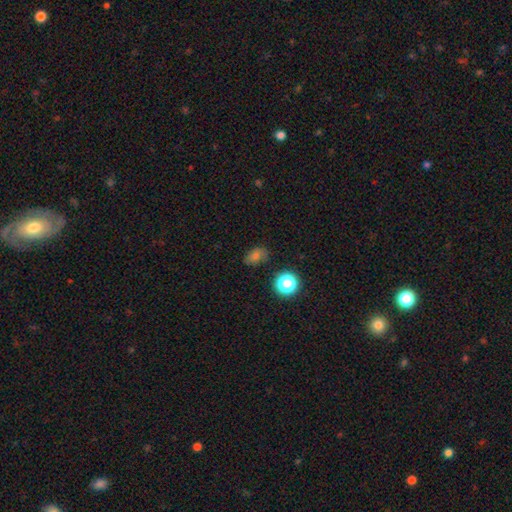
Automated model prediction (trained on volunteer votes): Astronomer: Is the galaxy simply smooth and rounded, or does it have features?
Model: smooth — 67%.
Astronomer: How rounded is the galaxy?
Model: in between — 69%.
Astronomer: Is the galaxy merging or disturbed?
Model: none — 76%.